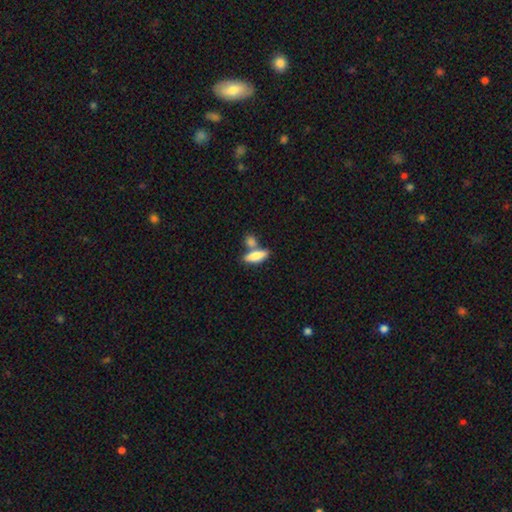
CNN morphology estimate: Smooth or featured? smooth (80%)
How rounded? in between (64%)
Merging? none (50%)